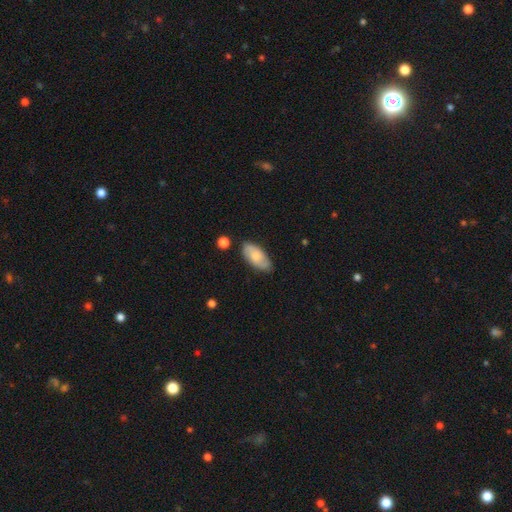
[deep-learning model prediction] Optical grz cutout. It shows a smooth galaxy with no disk features (64%) that is in between round and cigar-shaped (91%). Merging: none (80%).